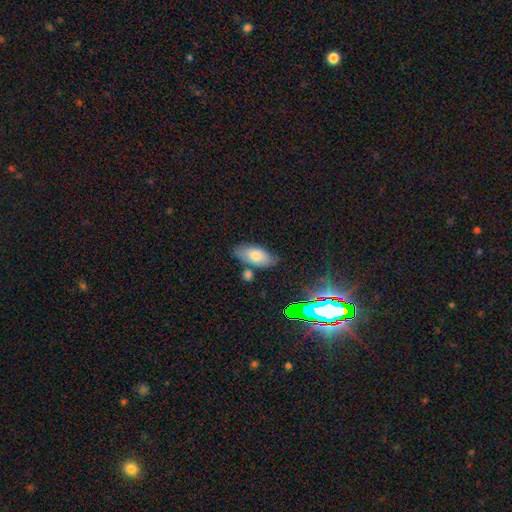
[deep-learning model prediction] A smooth galaxy with no disk features (72%) that is in between round and cigar-shaped (90%).

Vote fractions:
- Smooth or featured? smooth: 72% / featured or disk: 18% / star or artifact: 10%
- How rounded? in between: 90% / cigar-shaped: 6% / round: 4%
- Merging? none: 71% / minor disturbance: 17% / merger: 9% / major disturbance: 4%